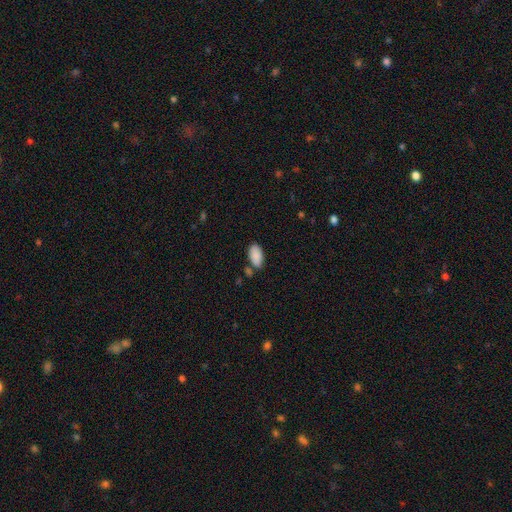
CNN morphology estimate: smooth 89%, star or artifact 7%, featured or disk 5%. Down the decision tree: how rounded — in between (95%); merging — none (69%).